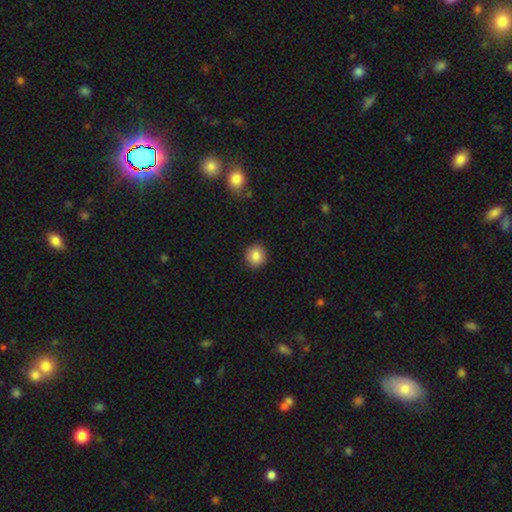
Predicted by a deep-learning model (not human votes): smooth_or_featured: smooth (p=0.86) [alt: star or artifact p=0.09]
how_rounded: round (p=0.92) [alt: in between p=0.07]
merging: none (p=0.91) [alt: minor disturbance p=0.06]